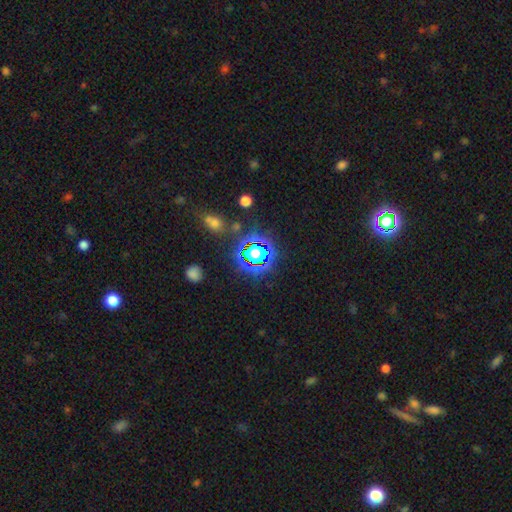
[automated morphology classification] A star or artifact, not a galaxy (74%).

Vote fractions:
- Smooth or featured? star or artifact: 74% / smooth: 18% / featured or disk: 8%